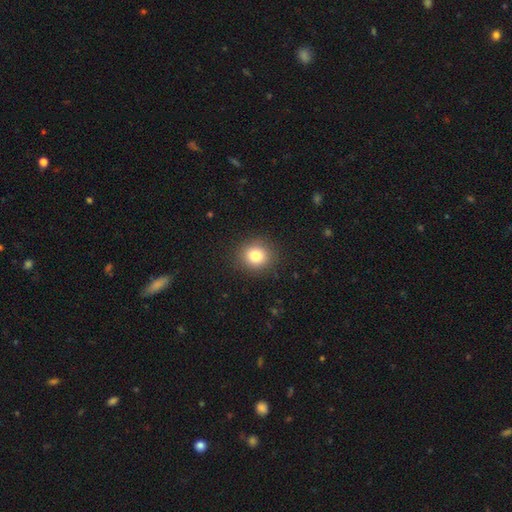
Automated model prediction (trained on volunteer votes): smooth_or_featured: smooth (p=0.80) [alt: star or artifact p=0.12]
how_rounded: round (p=0.86) [alt: in between p=0.13]
merging: none (p=0.90) [alt: minor disturbance p=0.07]